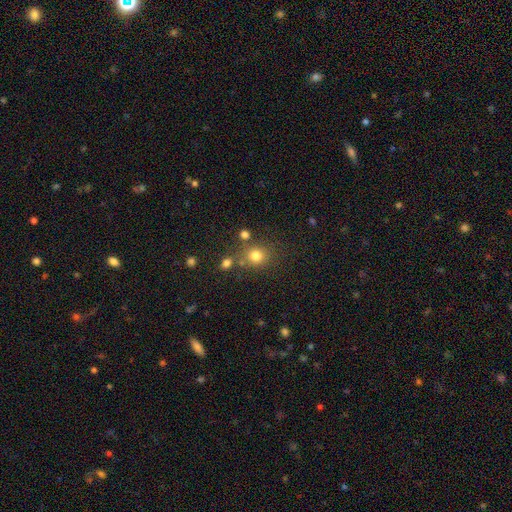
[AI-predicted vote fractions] smooth-or-featured: smooth: 78% | star or artifact: 15% | featured or disk: 7%
  how-rounded: round: 81% | in between: 18% | cigar-shaped: 1%
  merging: none: 71% | merger: 13% | minor disturbance: 11% | major disturbance: 5%